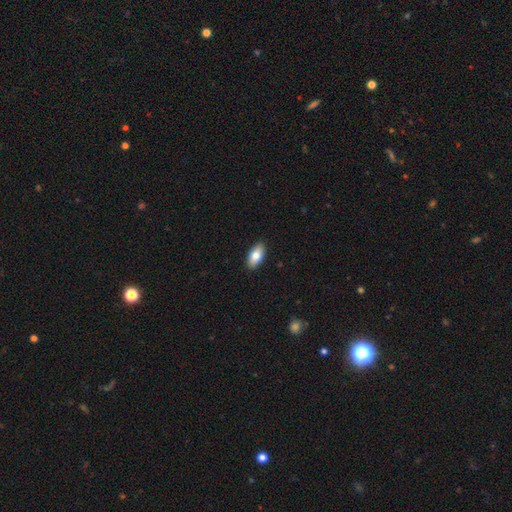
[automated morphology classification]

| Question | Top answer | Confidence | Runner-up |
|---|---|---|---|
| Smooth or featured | smooth | 80% | featured or disk (14%) |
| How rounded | in between | 92% | cigar-shaped (6%) |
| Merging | none | 91% | minor disturbance (7%) |